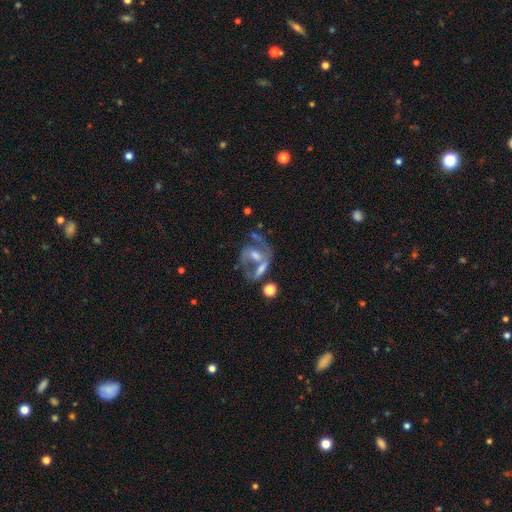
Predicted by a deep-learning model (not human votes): Overall: featured or disk (79%). Edge-on disk: no (96%). Bar: no (38%, tied with weak). Spiral arms: yes (80%). Spiral arm count: 2 (70%). Spiral winding: medium (49%; loose 28%). Bulge size: moderate (57%; small 30%). Merging: none (41%; merger 28%).